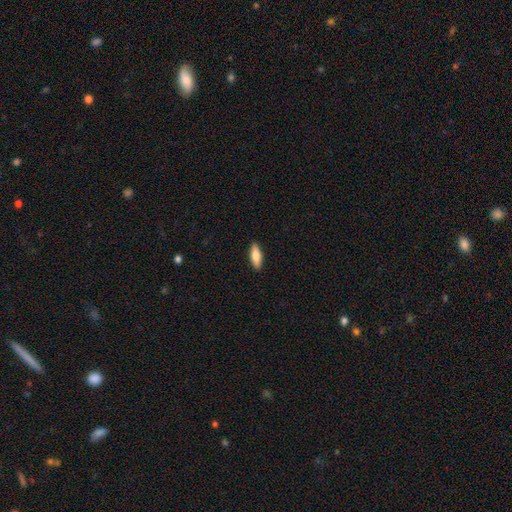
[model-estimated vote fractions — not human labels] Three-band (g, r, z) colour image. It shows a smooth galaxy with no disk features (77%) that is in between round and cigar-shaped (56%). Merging: none (90%).